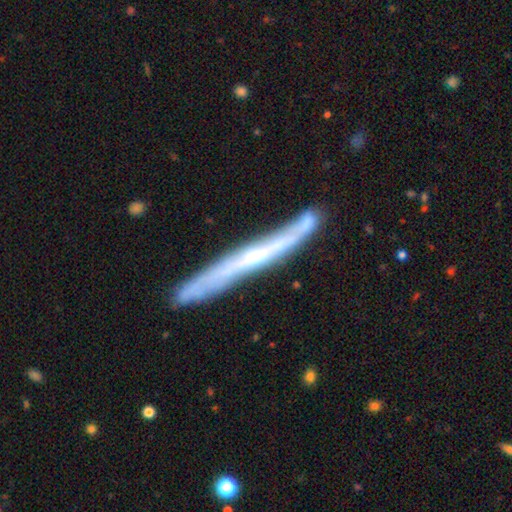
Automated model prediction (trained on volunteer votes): Q: Smooth or featured?
A: featured or disk (74%); runner-up: smooth (20%)
Q: Edge-on disk?
A: yes (89%); runner-up: no (11%)
Q: Edge-on bulge?
A: rounded (52%); runner-up: none (44%)
Q: Merging?
A: none (79%); runner-up: minor disturbance (15%)